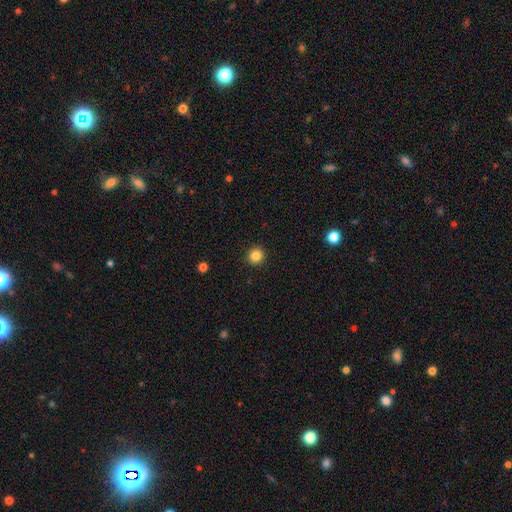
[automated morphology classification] Smooth or featured?
  - smooth: 84% *
  - star or artifact: 11%
  - featured or disk: 4%
How rounded?
  - round: 95% *
  - in between: 4%
  - cigar-shaped: 1%
Merging?
  - none: 93% *
  - minor disturbance: 4%
  - major disturbance: 2%
  - merger: 1%